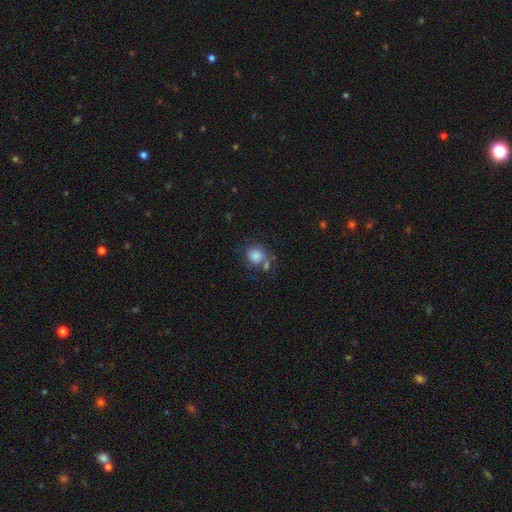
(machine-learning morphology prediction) This is likely a smooth galaxy (79%). How rounded: likely round (75%). Merging: possibly none (52%).